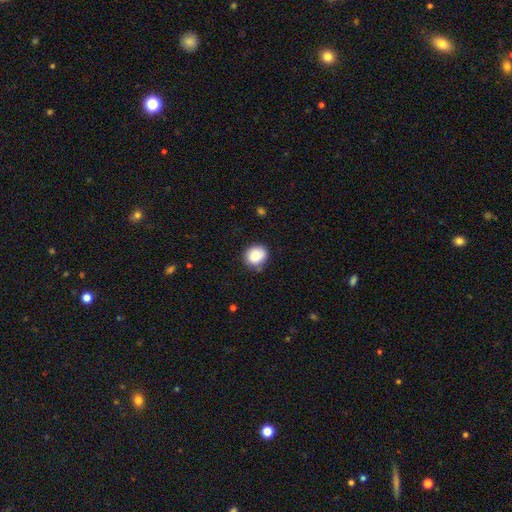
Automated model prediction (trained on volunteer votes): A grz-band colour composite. It shows a smooth galaxy with no disk features (86%) that is round (73%). Merging: none (78%).